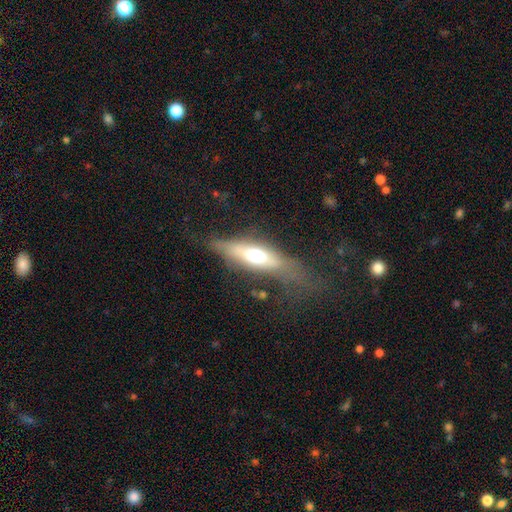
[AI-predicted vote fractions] Smooth or featured? Predicted: smooth (p=0.50). How rounded? Predicted: in between (p=0.49). Merging? Predicted: none (p=0.50).